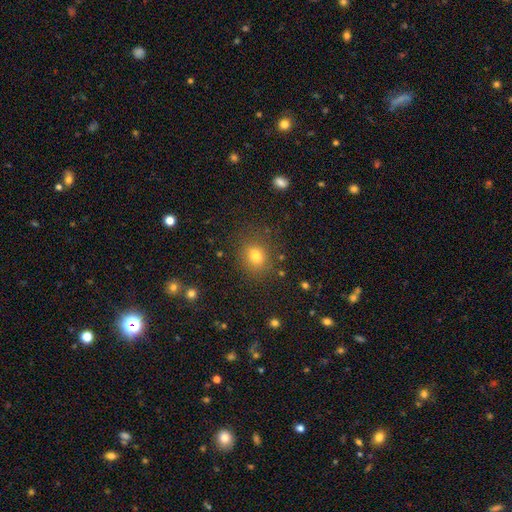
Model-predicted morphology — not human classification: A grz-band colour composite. It shows a smooth galaxy with no disk features (78%) that is round (54%). Merging: none (79%).